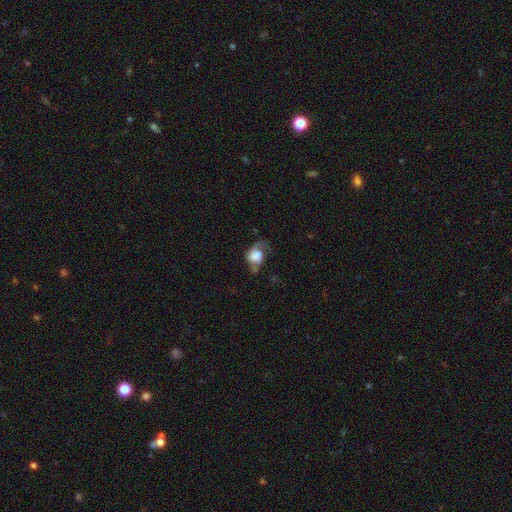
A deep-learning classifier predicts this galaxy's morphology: Q: Smooth or featured?
A: smooth (51%); runner-up: featured or disk (40%)
Q: How rounded?
A: in between (61%); runner-up: round (38%)
Q: Merging?
A: major disturbance (43%); runner-up: none (27%)